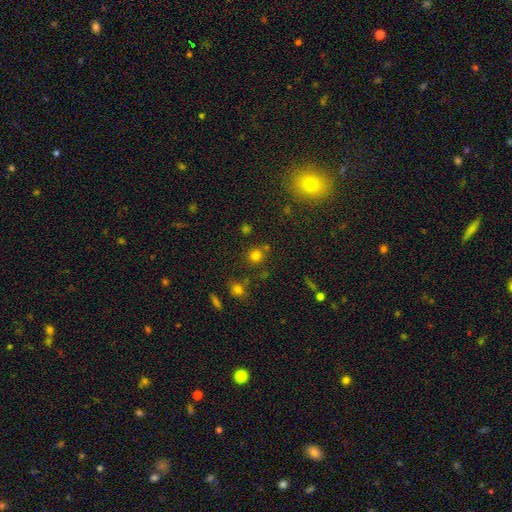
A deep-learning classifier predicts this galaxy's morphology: A smooth galaxy with no disk features (73%) that is round (89%).

Vote fractions:
- Smooth or featured? smooth: 73% / star or artifact: 20% / featured or disk: 7%
- How rounded? round: 89% / in between: 10% / cigar-shaped: 1%
- Merging? none: 75% / merger: 11% / minor disturbance: 10% / major disturbance: 4%